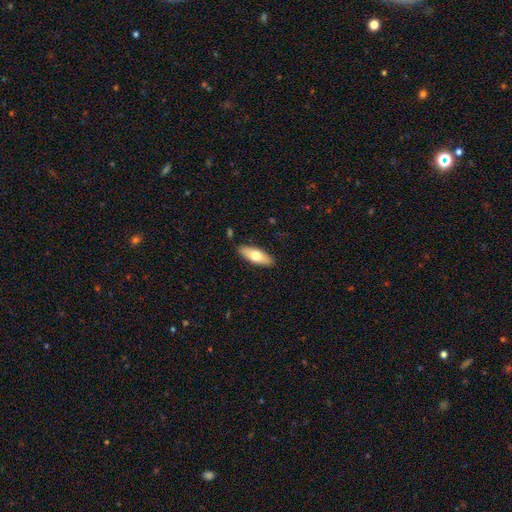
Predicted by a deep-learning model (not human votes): Q: Smooth or featured?
A: smooth (68%); runner-up: featured or disk (27%)
Q: How rounded?
A: in between (69%); runner-up: cigar-shaped (29%)
Q: Merging?
A: none (87%); runner-up: minor disturbance (9%)